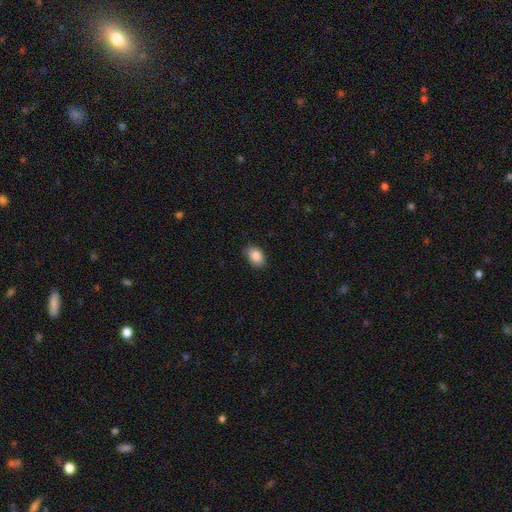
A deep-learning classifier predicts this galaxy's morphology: This is clearly a smooth galaxy (88%). How rounded: clearly in between (87%). Merging: clearly none (84%).